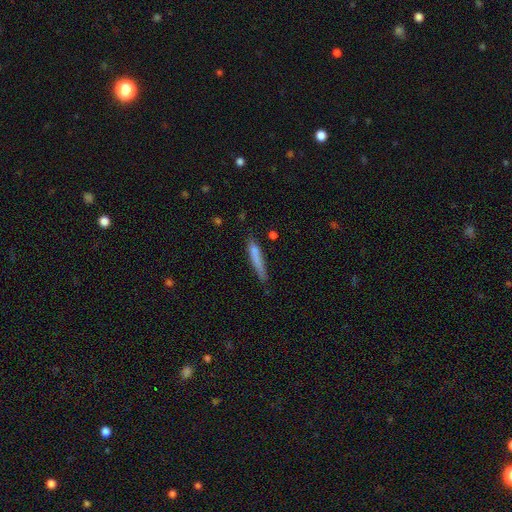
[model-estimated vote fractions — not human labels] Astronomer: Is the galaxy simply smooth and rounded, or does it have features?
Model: smooth — 75%.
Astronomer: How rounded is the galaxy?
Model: cigar-shaped — 93%.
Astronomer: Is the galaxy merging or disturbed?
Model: none — 69%.